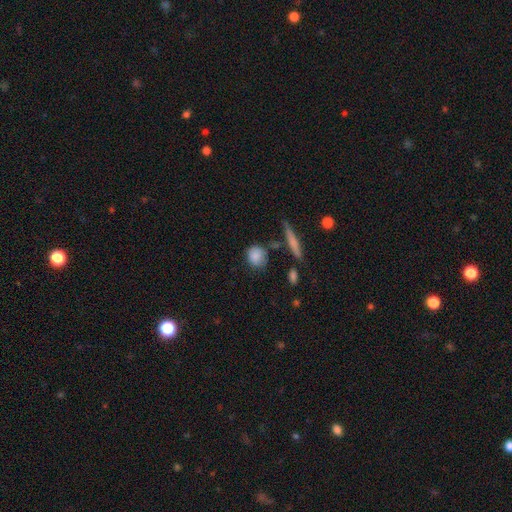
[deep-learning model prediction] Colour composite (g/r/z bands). It shows a smooth galaxy with no disk features (84%) that is round (74%). Merging: none (71%).